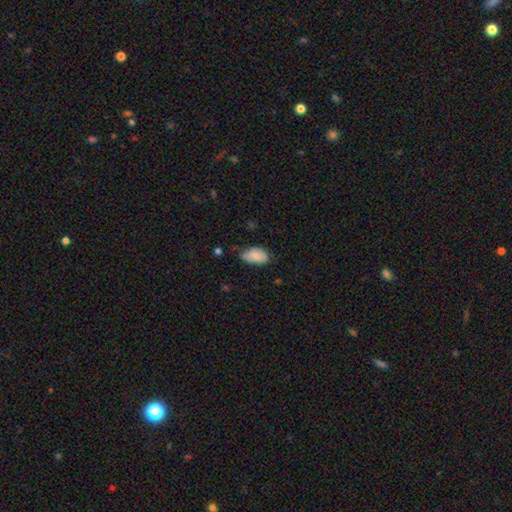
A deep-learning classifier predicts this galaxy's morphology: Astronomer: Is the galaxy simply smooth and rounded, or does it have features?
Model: smooth — 77%.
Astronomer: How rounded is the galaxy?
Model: in between — 93%.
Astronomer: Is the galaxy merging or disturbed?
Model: none — 51% (runner-up: minor disturbance, 40%).